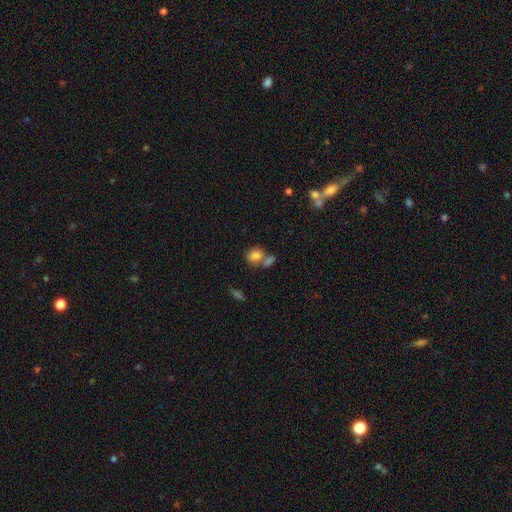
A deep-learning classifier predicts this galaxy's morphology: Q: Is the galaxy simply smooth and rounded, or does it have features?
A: smooth — 81%.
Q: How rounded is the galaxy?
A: in between — 59%.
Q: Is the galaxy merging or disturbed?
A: merger — 42%.